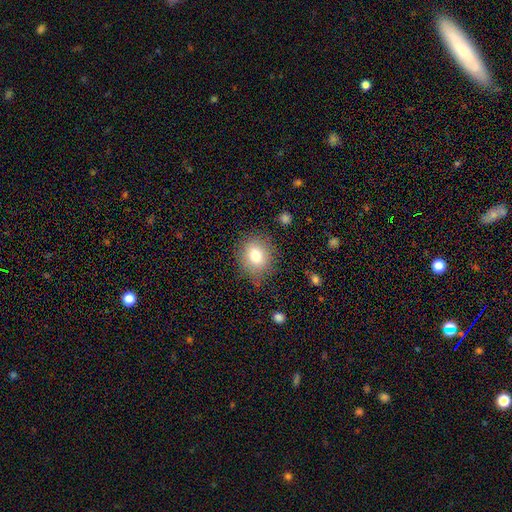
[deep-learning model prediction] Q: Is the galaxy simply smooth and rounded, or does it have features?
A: smooth — 77%.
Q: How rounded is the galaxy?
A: round — 65%.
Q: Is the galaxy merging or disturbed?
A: none — 79%.